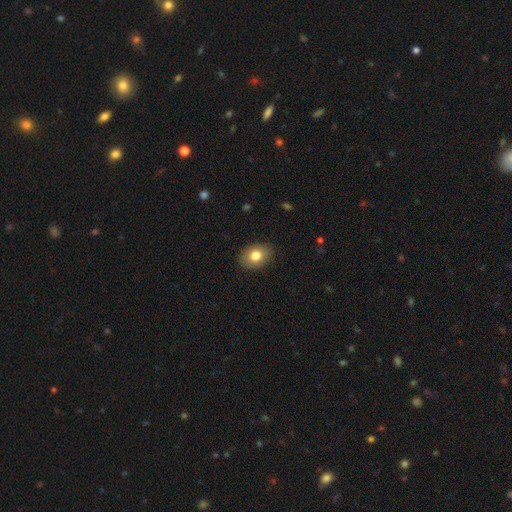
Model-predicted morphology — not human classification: smooth 80%, featured or disk 11%, star or artifact 9%. Down the decision tree: how rounded — in between (69%); merging — none (88%).